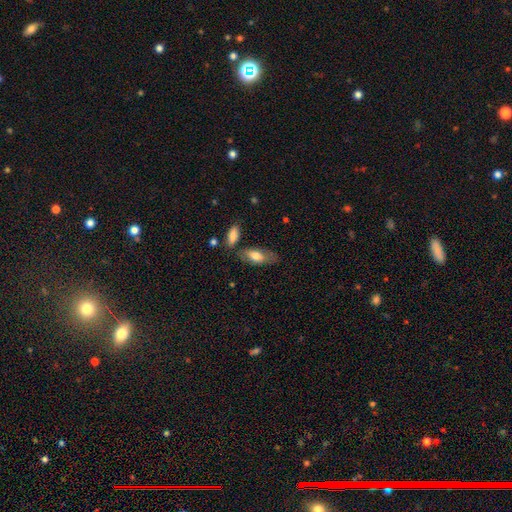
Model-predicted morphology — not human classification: A smooth galaxy with no disk features (70%) that is in between round and cigar-shaped (81%). Merging: none (66%).